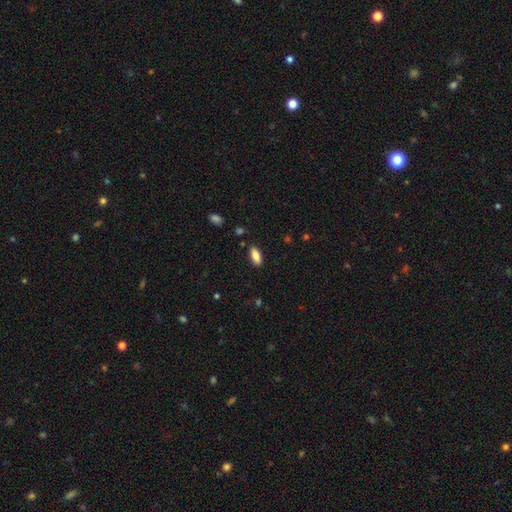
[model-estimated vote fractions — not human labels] This appears to be a smooth galaxy with no disk features (85%) that is in between round and cigar-shaped (83%). Merging: none (87%).